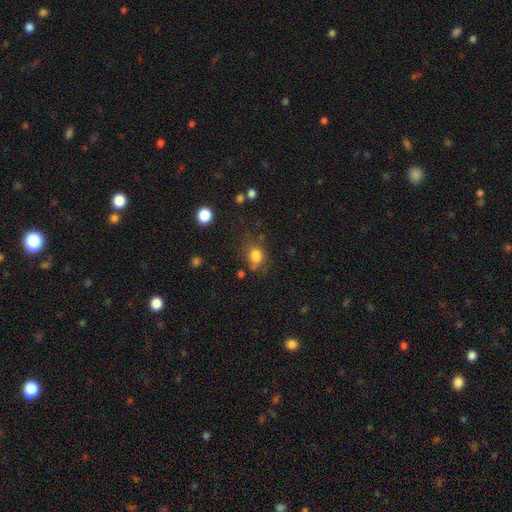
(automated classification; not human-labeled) This appears to be a smooth galaxy with no disk features (78%) that is in between round and cigar-shaped (51%). Merging: none (54%).